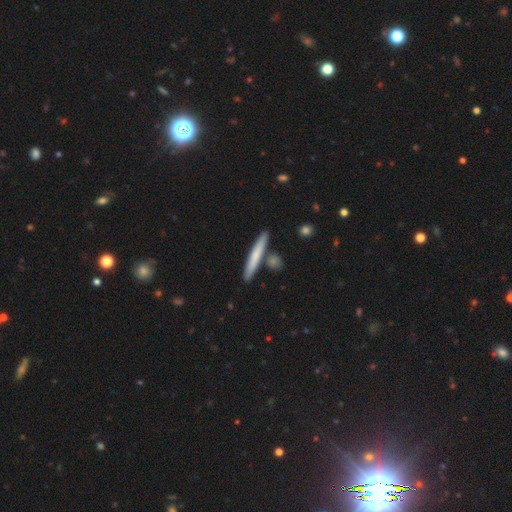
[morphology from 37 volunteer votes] This is clearly a smooth galaxy (81%). How rounded: clearly cigar-shaped (97%). Merging: clearly none (89%).